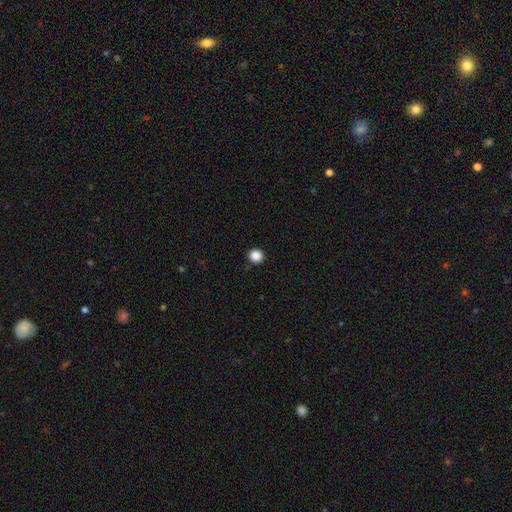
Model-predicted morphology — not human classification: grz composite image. It shows a smooth galaxy with no disk features (87%) that is round (95%). Merging: none (92%).